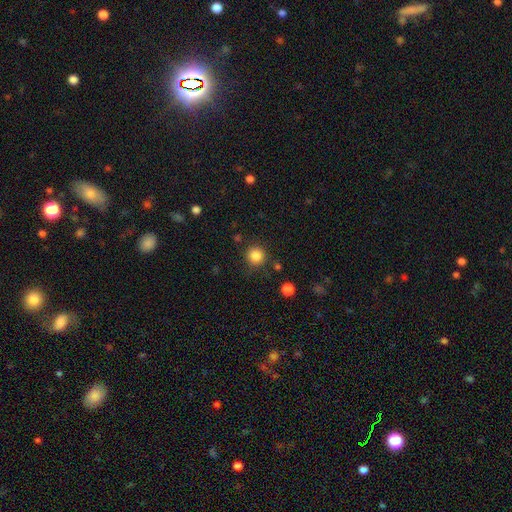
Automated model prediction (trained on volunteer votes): smooth 84%, star or artifact 11%, featured or disk 4%. Down the decision tree: how rounded — round (94%); merging — none (86%).